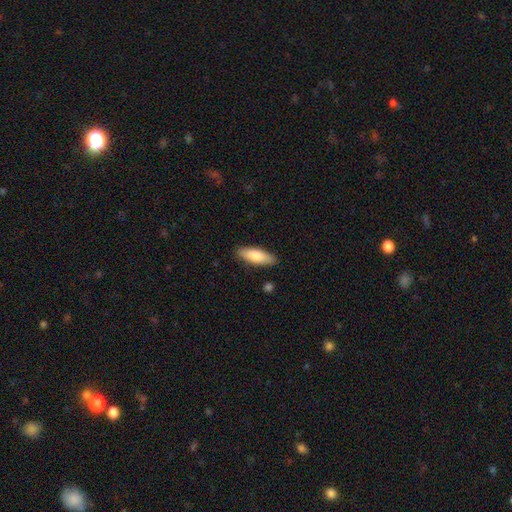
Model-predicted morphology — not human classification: A smooth galaxy with no disk features (80%) that is in between round and cigar-shaped (59%).

Vote fractions:
- Smooth or featured? smooth: 80% / featured or disk: 15% / star or artifact: 5%
- How rounded? in between: 59% / cigar-shaped: 40% / round: 2%
- Merging? none: 88% / minor disturbance: 9% / major disturbance: 2% / merger: 1%